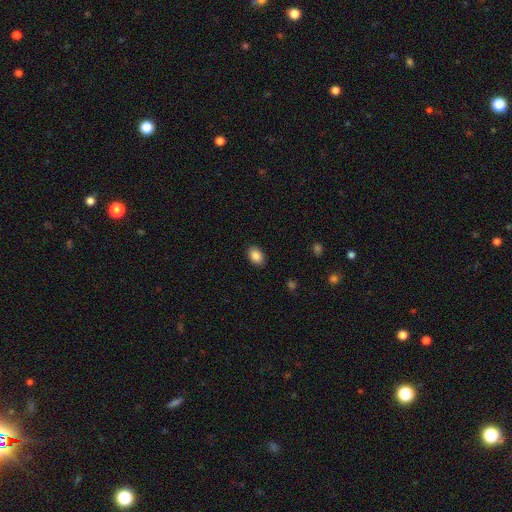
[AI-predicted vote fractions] Smooth or featured?
  - smooth: 88% *
  - star or artifact: 8%
  - featured or disk: 4%
How rounded?
  - in between: 83% *
  - round: 16%
  - cigar-shaped: 1%
Merging?
  - none: 89% *
  - minor disturbance: 8%
  - major disturbance: 2%
  - merger: 1%